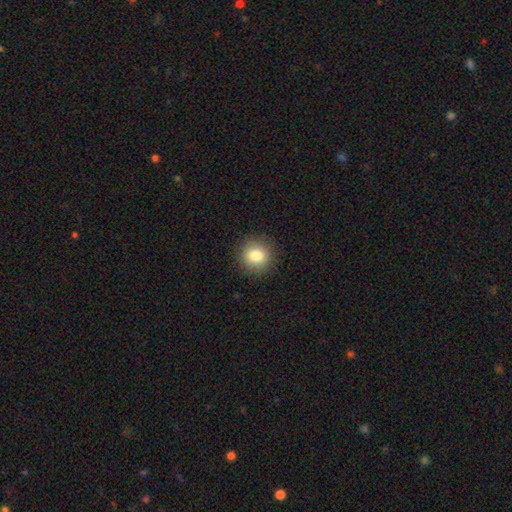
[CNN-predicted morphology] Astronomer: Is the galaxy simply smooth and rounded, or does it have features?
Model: smooth — 82%.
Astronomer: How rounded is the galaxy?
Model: round — 90%.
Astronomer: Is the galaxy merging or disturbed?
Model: none — 90%.